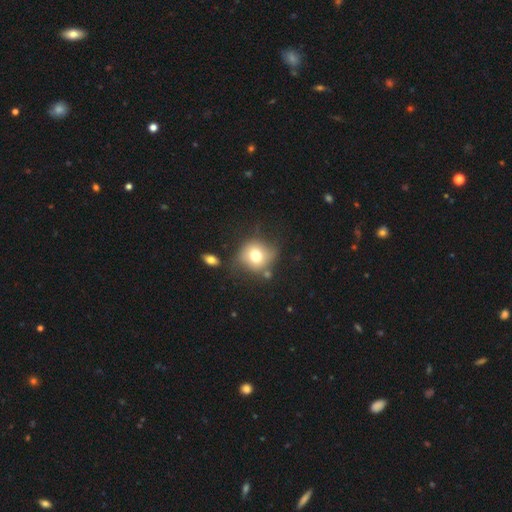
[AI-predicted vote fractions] smooth-or-featured: smooth: 70% | featured or disk: 19% | star or artifact: 11%
  how-rounded: round: 82% | in between: 17% | cigar-shaped: 1%
  merging: none: 63% | minor disturbance: 20% | major disturbance: 9% | merger: 8%